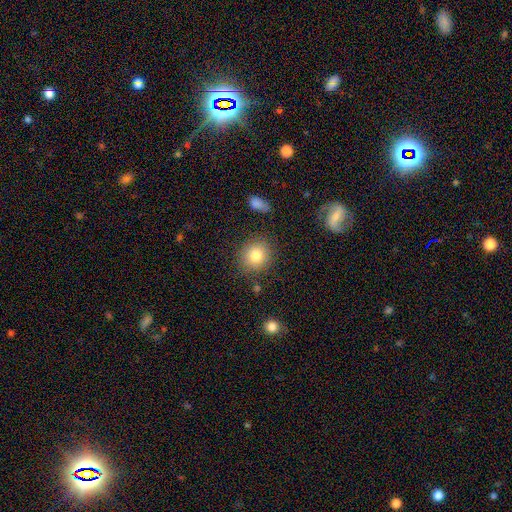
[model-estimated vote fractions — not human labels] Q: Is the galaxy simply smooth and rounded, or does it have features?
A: smooth — 81%.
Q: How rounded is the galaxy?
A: round — 85%.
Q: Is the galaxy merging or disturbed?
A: none — 85%.